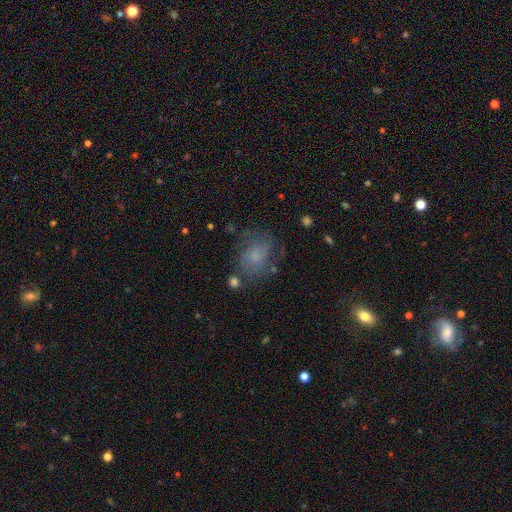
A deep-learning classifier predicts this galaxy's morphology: Overall: smooth (45%; featured or disk 42%). Merging: none (60%; minor disturbance 22%).